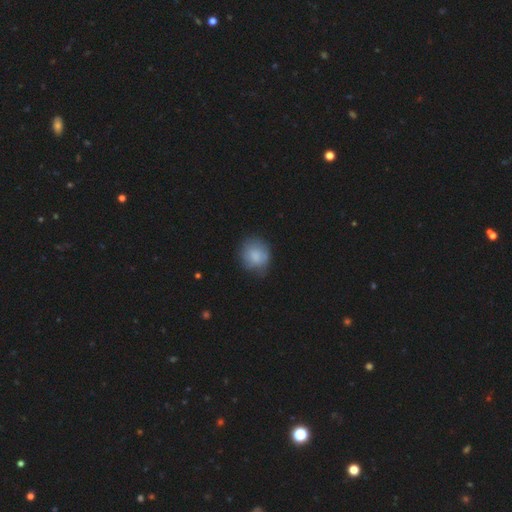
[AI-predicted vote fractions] smooth 78%, featured or disk 14%, star or artifact 7%. Down the decision tree: how rounded — round (75%); merging — none (63%).